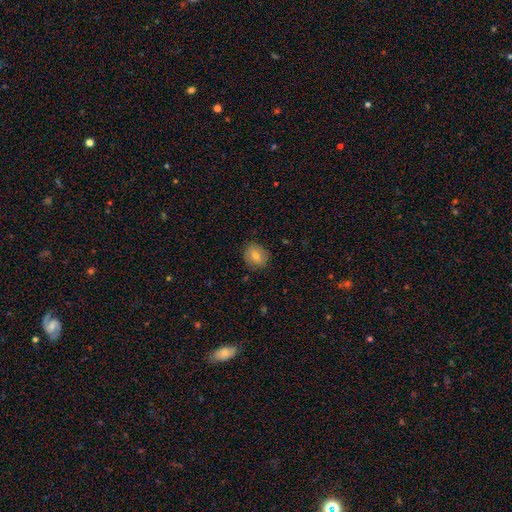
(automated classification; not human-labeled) Smooth or featured?
  - smooth: 68% *
  - featured or disk: 21%
  - star or artifact: 11%
How rounded?
  - round: 62% *
  - in between: 36%
  - cigar-shaped: 1%
Merging?
  - none: 85% *
  - minor disturbance: 11%
  - major disturbance: 3%
  - merger: 1%